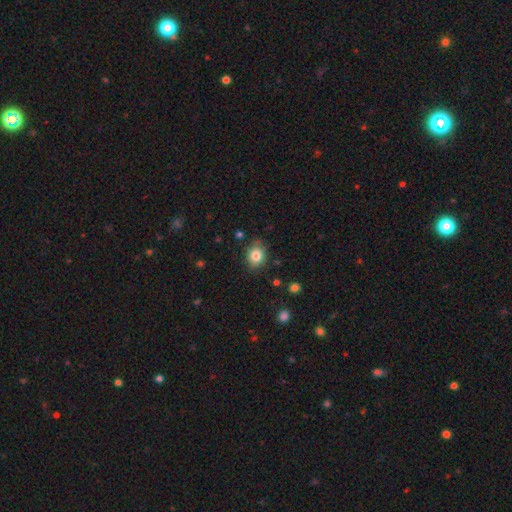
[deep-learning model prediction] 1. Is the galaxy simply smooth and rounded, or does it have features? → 83% smooth, 10% star or artifact, 7% featured or disk.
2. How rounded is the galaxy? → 58% round, 41% in between, 1% cigar-shaped.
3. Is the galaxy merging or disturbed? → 82% none, 14% minor disturbance, 3% major disturbance, 2% merger.